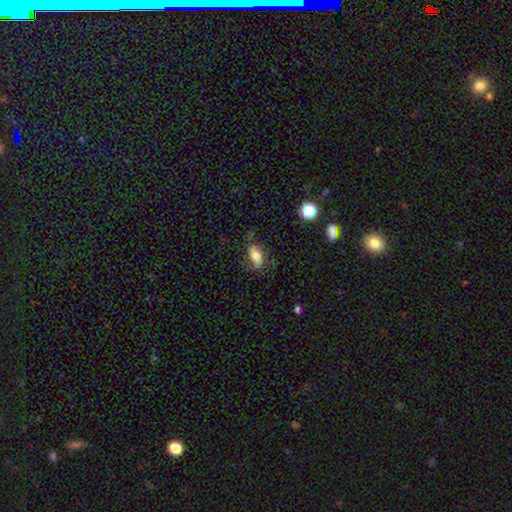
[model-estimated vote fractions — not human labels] Overall: smooth (74%). How rounded: in between (85%). Merging: none (67%).